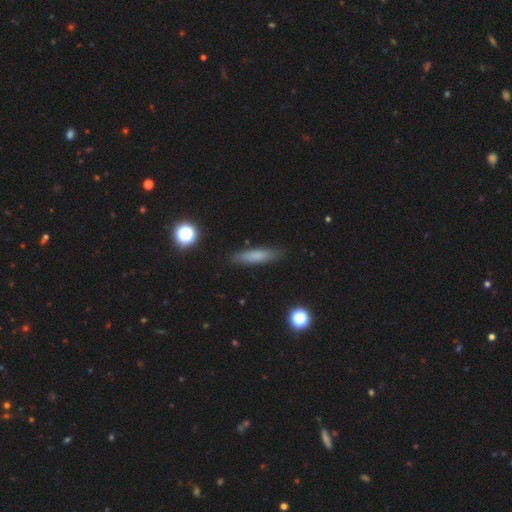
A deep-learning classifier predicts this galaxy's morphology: A smooth galaxy with no disk features (76%) that is cigar-shaped (75%). Merging: none (86%).